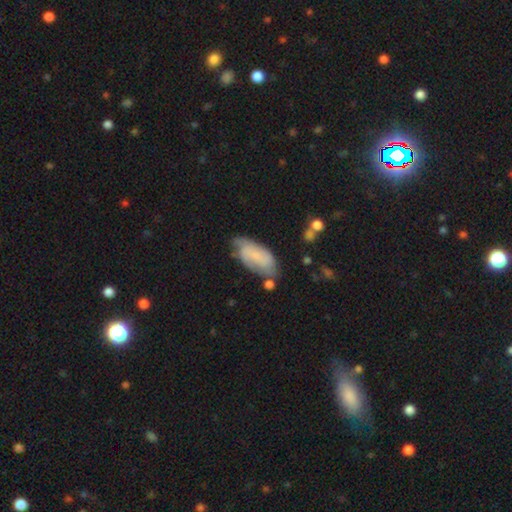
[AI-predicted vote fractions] Smooth or featured?
  - smooth: 51% *
  - featured or disk: 41%
  - star or artifact: 8%
How rounded?
  - in between: 88% *
  - cigar-shaped: 9%
  - round: 2%
Merging?
  - none: 54% *
  - minor disturbance: 30%
  - major disturbance: 10%
  - merger: 6%